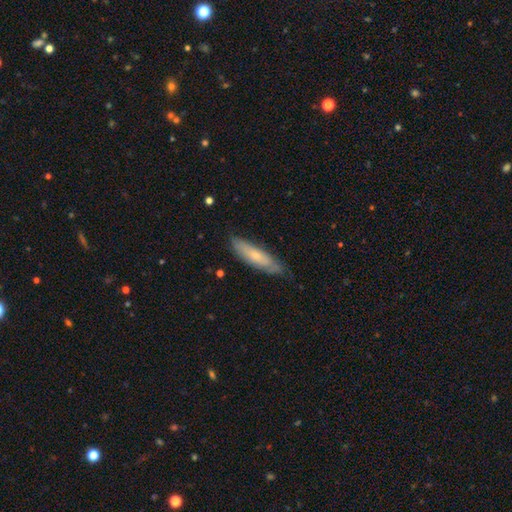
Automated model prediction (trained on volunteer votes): Smooth or featured? smooth (59%)
How rounded? cigar-shaped (69%)
Merging? none (74%)